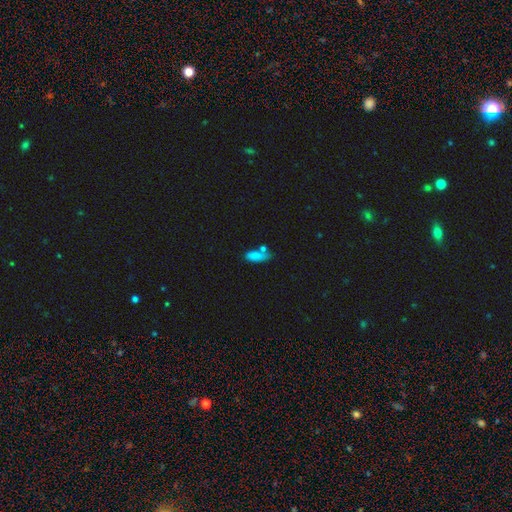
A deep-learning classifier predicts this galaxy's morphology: Smooth or featured? smooth (81%)
How rounded? in between (74%)
Merging? none (48%)